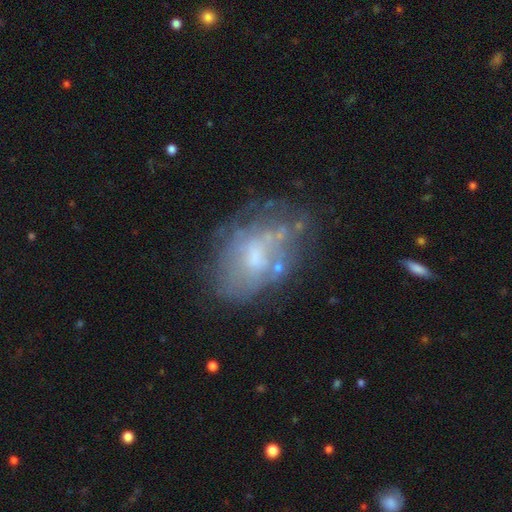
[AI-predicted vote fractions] Overall: featured or disk (56%; smooth 33%). Edge-on disk: no (96%). Bar: no (76%). Spiral arms: no (76%). Bulge size: moderate (40%; small 37%). Merging: none (49%; minor disturbance 25%).